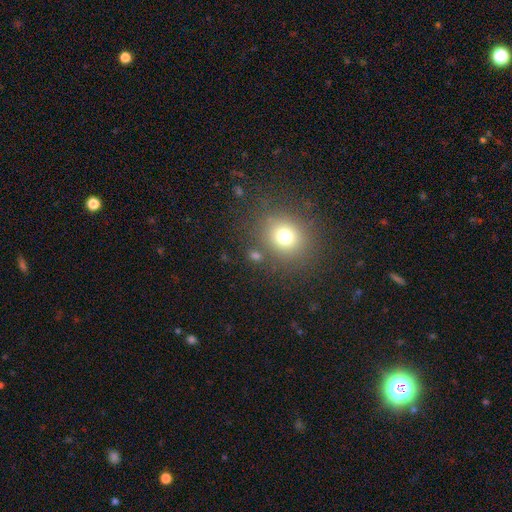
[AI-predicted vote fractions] The model was most divided on "smooth or featured": smooth: 71%, star or artifact: 20%, featured or disk: 9%. More confident: merging — none (82%); how rounded — round (78%).